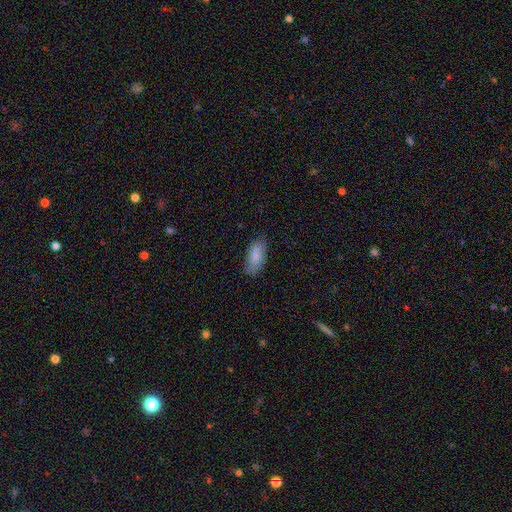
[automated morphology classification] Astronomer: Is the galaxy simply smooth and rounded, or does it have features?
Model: smooth — 85%.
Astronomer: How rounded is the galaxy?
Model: in between — 87%.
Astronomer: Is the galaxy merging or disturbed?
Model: none — 75%.